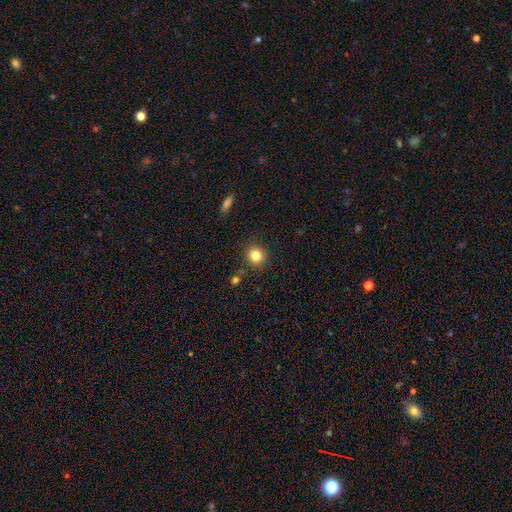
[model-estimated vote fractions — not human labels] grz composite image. It shows a smooth galaxy with no disk features (83%) that is round (87%). Merging: none (89%).